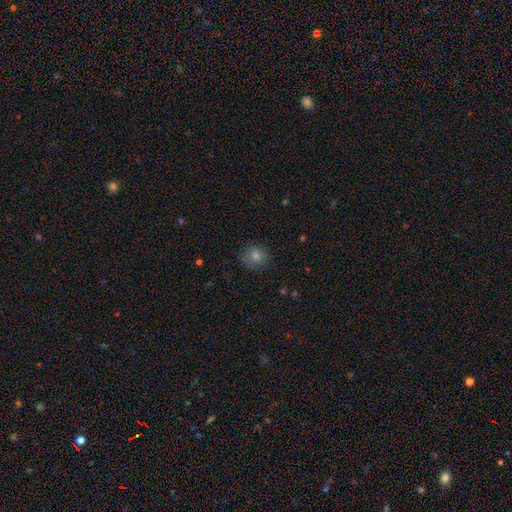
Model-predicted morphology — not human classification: Smooth or featured: smooth — 70% (star or artifact — 17%)
How rounded: round — 82% (in between — 17%)
Merging: none — 83% (minor disturbance — 13%)